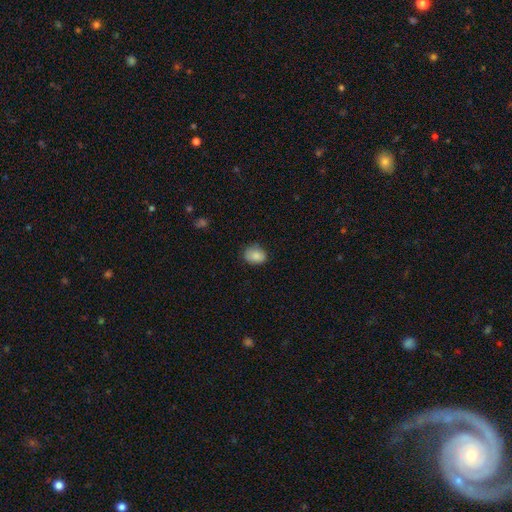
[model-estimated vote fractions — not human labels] smooth-or-featured: smooth: 87% | star or artifact: 8% | featured or disk: 6%
  how-rounded: in between: 59% | round: 40% | cigar-shaped: 1%
  merging: none: 75% | minor disturbance: 20% | major disturbance: 4% | merger: 1%